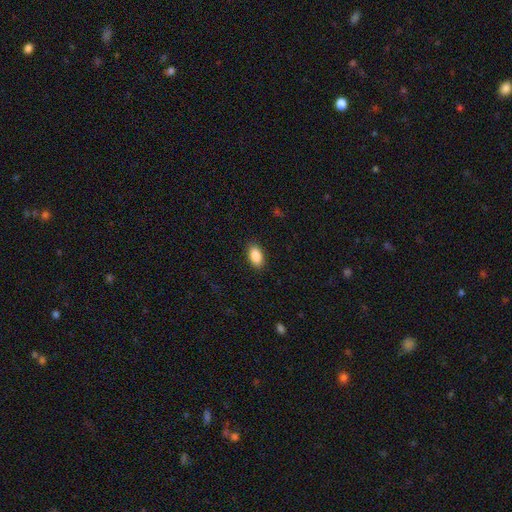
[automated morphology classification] Smooth or featured: smooth — 89% (star or artifact — 7%)
How rounded: in between — 93% (round — 4%)
Merging: none — 89% (minor disturbance — 8%)